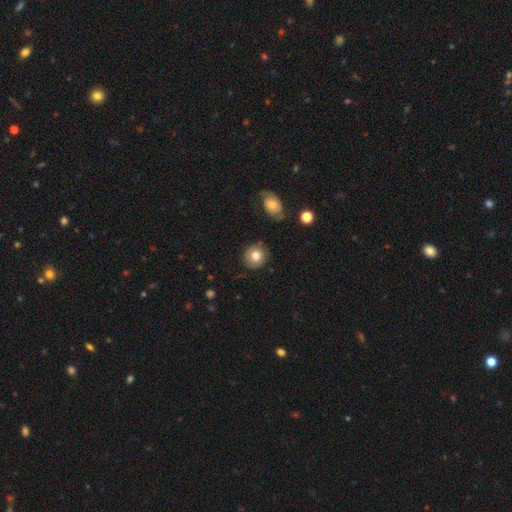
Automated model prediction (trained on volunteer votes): This appears to be a smooth galaxy with no disk features (76%) that is round (84%). Merging: none (80%).